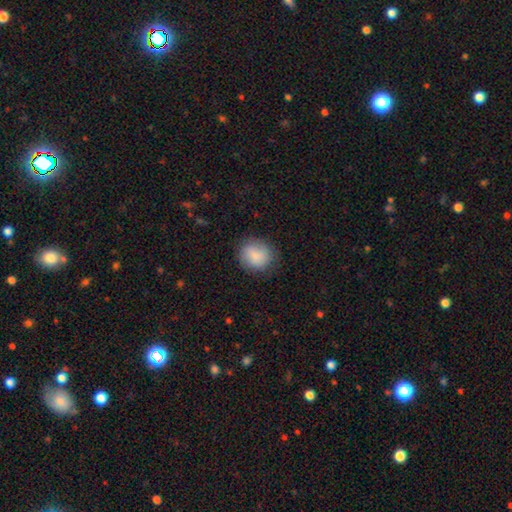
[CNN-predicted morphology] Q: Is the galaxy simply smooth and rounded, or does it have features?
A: smooth — 85%.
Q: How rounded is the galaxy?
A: round — 80%.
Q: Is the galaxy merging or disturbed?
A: none — 80%.